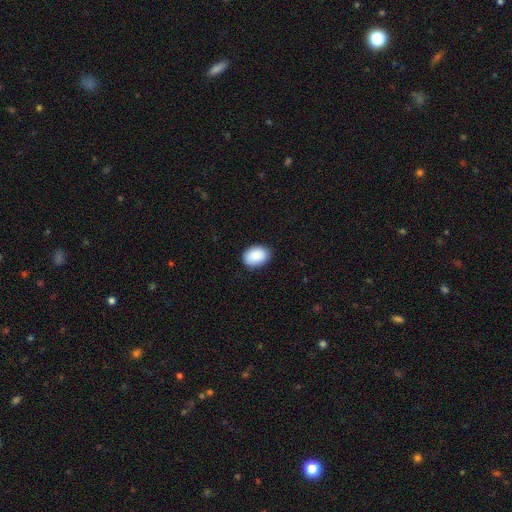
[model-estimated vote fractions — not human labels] Q: Smooth or featured?
A: smooth (89%); runner-up: star or artifact (6%)
Q: How rounded?
A: in between (77%); runner-up: round (22%)
Q: Merging?
A: none (87%); runner-up: minor disturbance (10%)